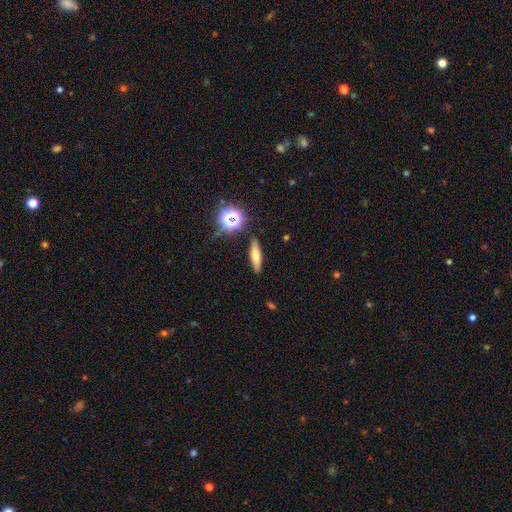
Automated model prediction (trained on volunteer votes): This is likely a smooth galaxy (60%). How rounded: likely cigar-shaped (68%). Merging: clearly none (87%).